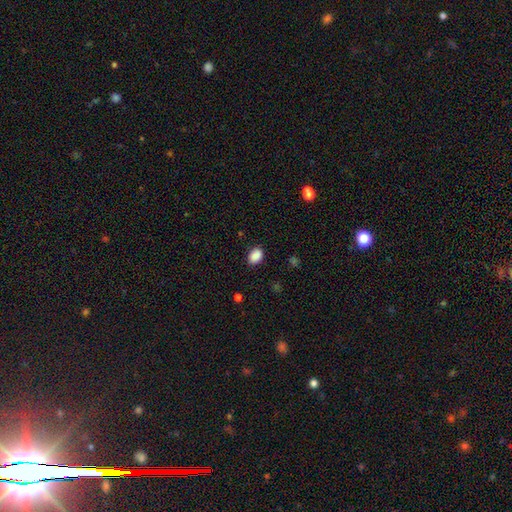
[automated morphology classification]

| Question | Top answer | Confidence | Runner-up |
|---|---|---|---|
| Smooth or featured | smooth | 89% | star or artifact (8%) |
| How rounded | in between | 79% | round (20%) |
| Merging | none | 86% | minor disturbance (10%) |